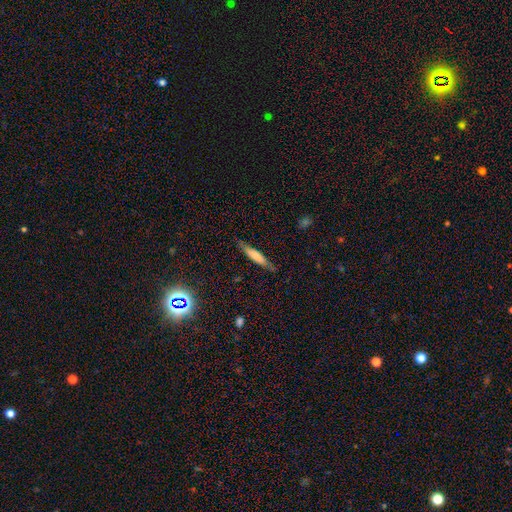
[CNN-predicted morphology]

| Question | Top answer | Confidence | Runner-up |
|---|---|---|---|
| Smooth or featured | smooth | 64% | featured or disk (29%) |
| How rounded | cigar-shaped | 86% | in between (12%) |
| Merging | none | 83% | minor disturbance (13%) |